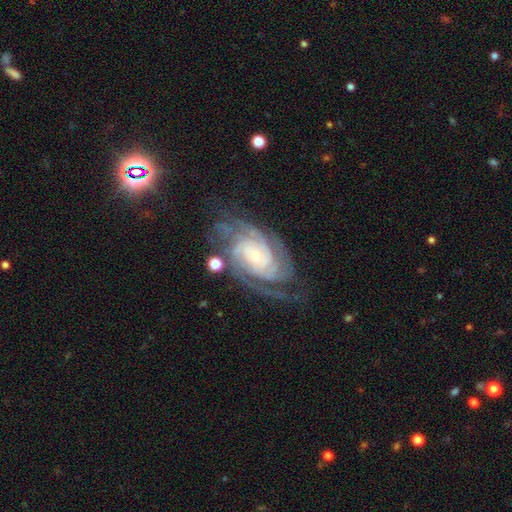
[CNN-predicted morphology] The model was most divided on "spiral arm count": 4: 26%, 3: 23%, can't tell: 19%, 2: 17%, more than 4: 9%, 1: 6%. More confident: spiral arms — yes (98%); edge-on disk — no (97%); smooth or featured — featured or disk (90%); bulge size — small (71%); spiral winding — tight (71%); merging — none (69%); bar — no (67%).